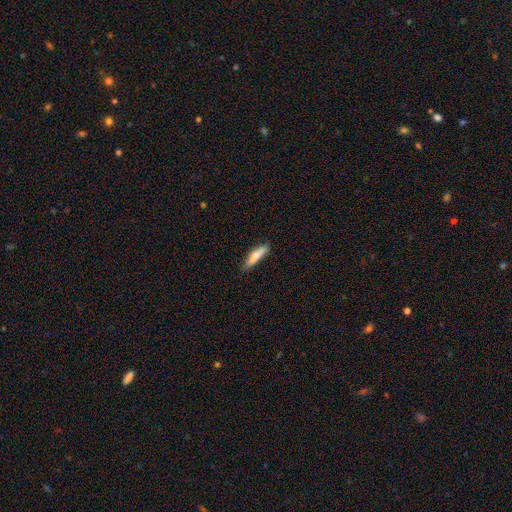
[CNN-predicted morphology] Smooth or featured?
  - smooth: 76% *
  - featured or disk: 18%
  - star or artifact: 6%
How rounded?
  - cigar-shaped: 81% *
  - in between: 18%
  - round: 1%
Merging?
  - none: 79% *
  - minor disturbance: 17%
  - major disturbance: 3%
  - merger: 1%